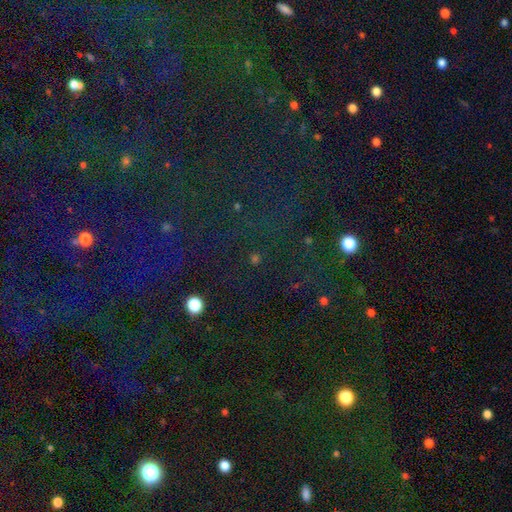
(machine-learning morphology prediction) type=star or artifact (76%).